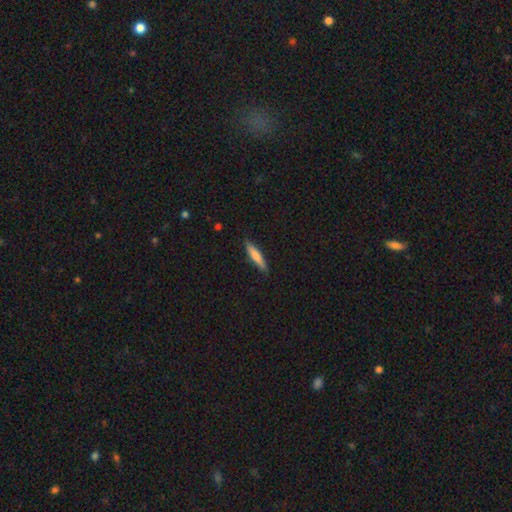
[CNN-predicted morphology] Smooth or featured? smooth (72%)
How rounded? cigar-shaped (86%)
Merging? none (88%)